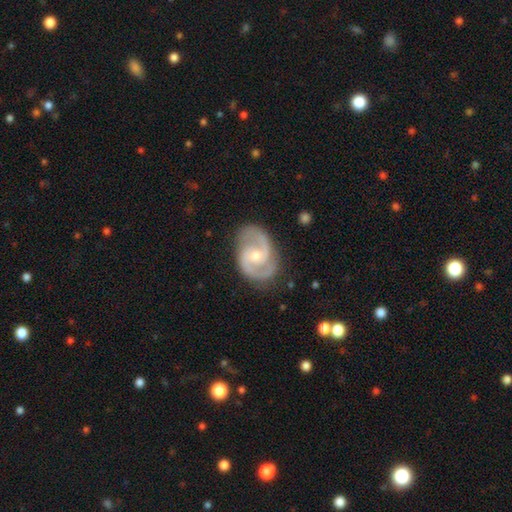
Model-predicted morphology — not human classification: This is clearly a featured or disk galaxy (91%). It is clearly not viewed edge-on (98%). Bar: possibly no (49%). Spiral arm pattern: clearly yes (98%). Spiral arm count: clearly 2 (92%). Spiral winding: possibly medium (59%). Central bulge: possibly moderate (50%). Merging: clearly none (82%).